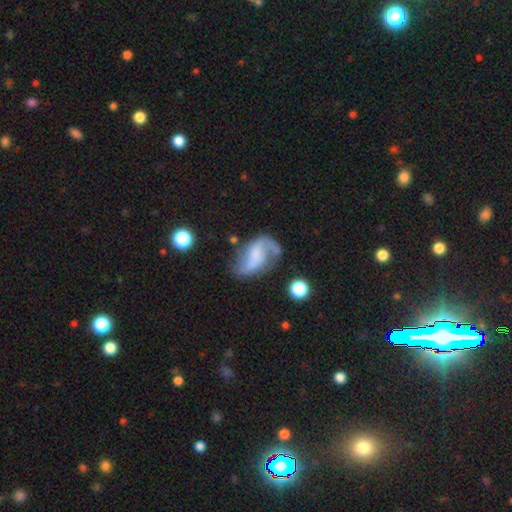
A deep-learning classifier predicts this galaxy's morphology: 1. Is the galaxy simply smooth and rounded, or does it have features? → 77% featured or disk, 16% smooth, 7% star or artifact.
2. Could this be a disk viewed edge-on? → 97% no, 3% yes.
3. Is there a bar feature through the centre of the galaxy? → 40% weak, 36% no, 24% strong.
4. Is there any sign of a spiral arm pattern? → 93% yes, 7% no.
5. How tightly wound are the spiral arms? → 65% loose, 28% medium, 8% tight.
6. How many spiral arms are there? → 85% 2, 8% 1, 4% can't tell, 1% 3, 1% 4, 1% more than 4.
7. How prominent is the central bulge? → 45% none, 28% small, 17% moderate, 8% large, 3% dominant.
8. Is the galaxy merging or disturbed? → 55% none, 22% minor disturbance, 16% major disturbance, 6% merger.